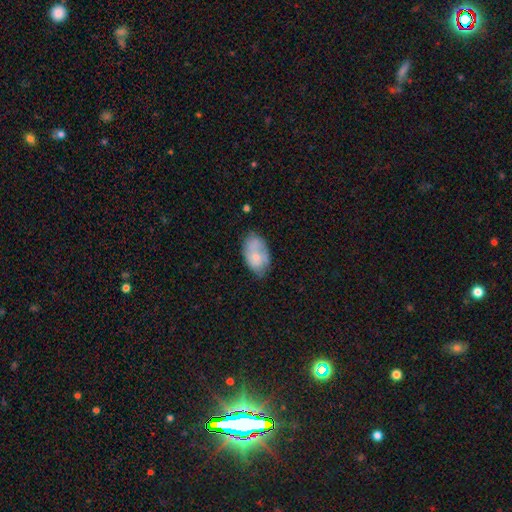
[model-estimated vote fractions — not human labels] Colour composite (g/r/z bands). It shows a smooth galaxy with no disk features (62%) that is in between round and cigar-shaped (90%). Merging: none (55%).